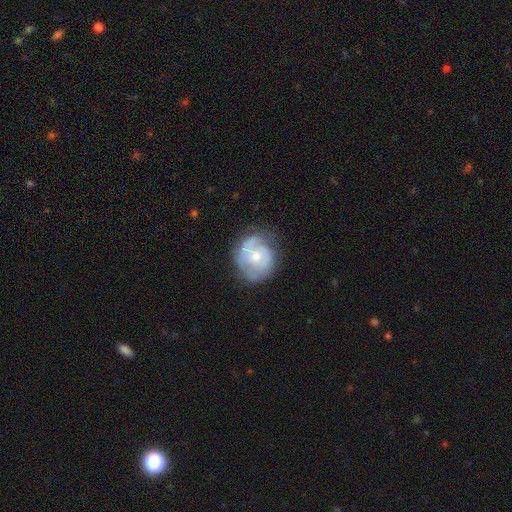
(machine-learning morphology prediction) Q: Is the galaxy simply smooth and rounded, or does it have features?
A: featured or disk — 62%.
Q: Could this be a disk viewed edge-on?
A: no — 98%.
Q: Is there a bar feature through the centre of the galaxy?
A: no — 78%.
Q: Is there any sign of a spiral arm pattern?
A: yes — 69%.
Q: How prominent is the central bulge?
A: moderate — 50%.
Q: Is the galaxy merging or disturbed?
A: none — 58%.